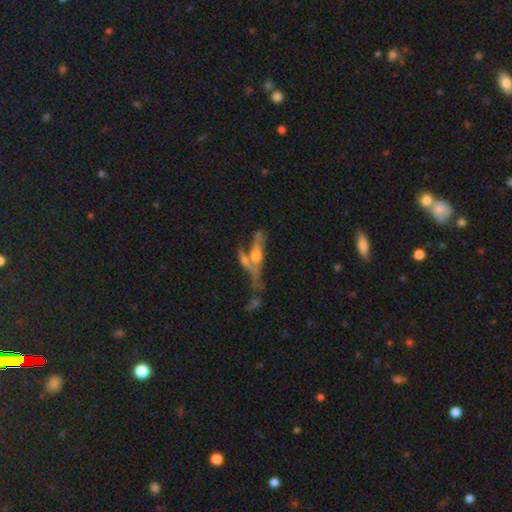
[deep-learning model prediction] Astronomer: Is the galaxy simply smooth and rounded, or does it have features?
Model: featured or disk — 56% (runner-up: smooth, 35%).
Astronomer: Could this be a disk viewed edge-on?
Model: yes — 55% (runner-up: no, 45%).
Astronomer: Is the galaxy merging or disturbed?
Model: merger — 51%.